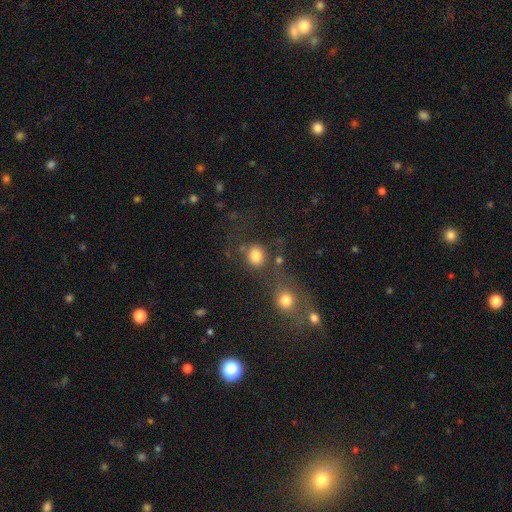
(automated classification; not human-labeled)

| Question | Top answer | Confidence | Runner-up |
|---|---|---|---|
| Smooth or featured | smooth | 81% | star or artifact (12%) |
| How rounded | round | 70% | in between (29%) |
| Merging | none | 51% | merger (29%) |